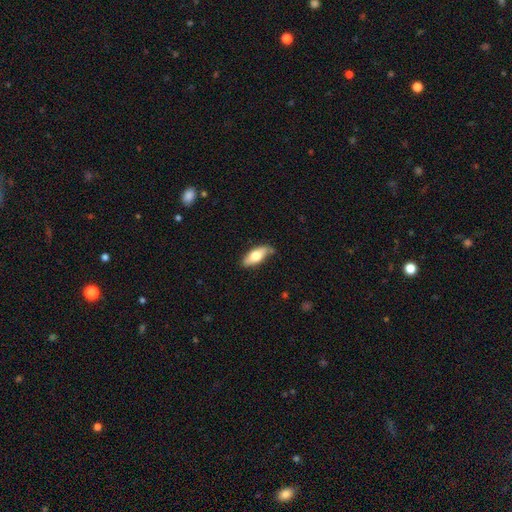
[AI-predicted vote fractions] Smooth or featured? smooth (64%)
How rounded? in between (79%)
Merging? none (71%)